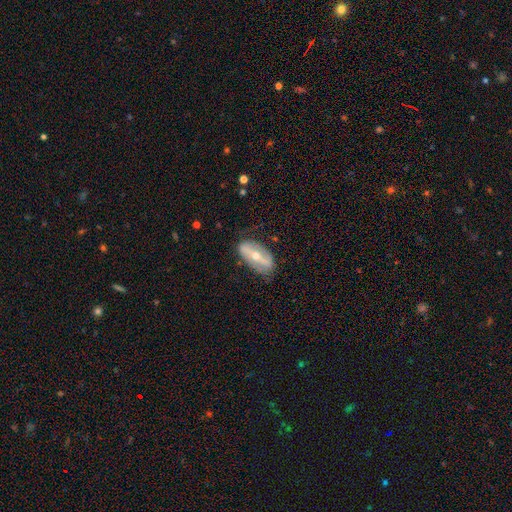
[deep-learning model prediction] featured or disk 66%, smooth 27%, star or artifact 6%. Down the decision tree: edge-on disk — no (82%); bar — strong (64%); spiral arms — no (51%); bulge size — small (49%); merging — none (72%).